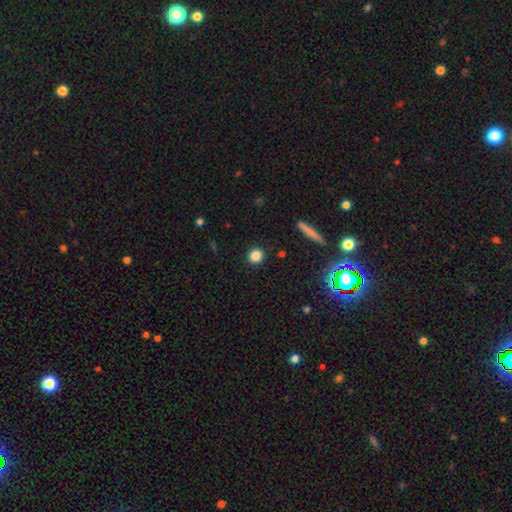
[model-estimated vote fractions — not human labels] This appears to be a smooth galaxy with no disk features (85%) that is round (86%). Merging: none (91%).